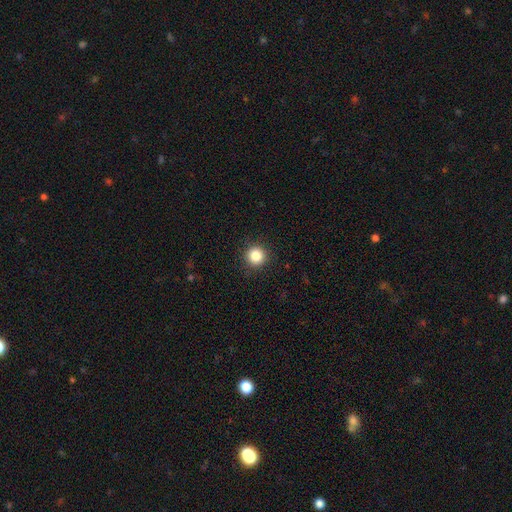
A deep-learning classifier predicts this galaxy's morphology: smooth_or_featured: smooth (p=0.85) [alt: star or artifact p=0.11]
how_rounded: round (p=0.95) [alt: in between p=0.04]
merging: none (p=0.92) [alt: minor disturbance p=0.06]